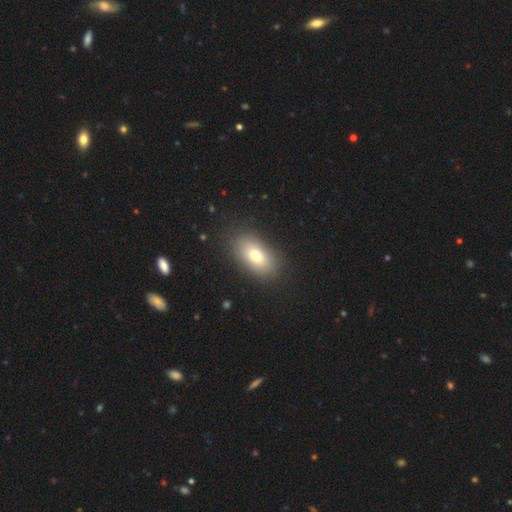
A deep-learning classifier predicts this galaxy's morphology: A smooth galaxy with no disk features (77%) that is in between round and cigar-shaped (90%). Merging: none (87%).